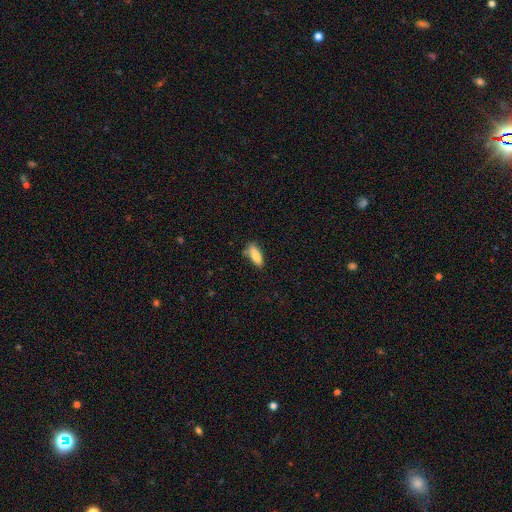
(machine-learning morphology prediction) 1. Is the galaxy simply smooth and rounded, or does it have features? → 81% smooth, 12% featured or disk, 7% star or artifact.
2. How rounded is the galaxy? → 71% in between, 27% cigar-shaped, 2% round.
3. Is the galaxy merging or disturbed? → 72% none, 19% minor disturbance, 5% merger, 4% major disturbance.